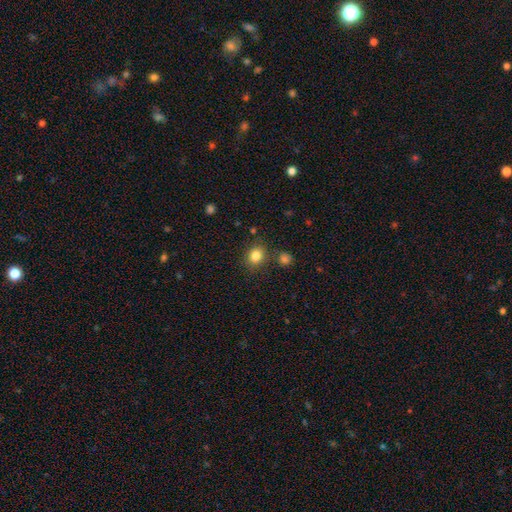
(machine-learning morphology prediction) smooth_or_featured: smooth (p=0.83) [alt: star or artifact p=0.11]
how_rounded: round (p=0.64) [alt: in between p=0.35]
merging: none (p=0.81) [alt: minor disturbance p=0.10]